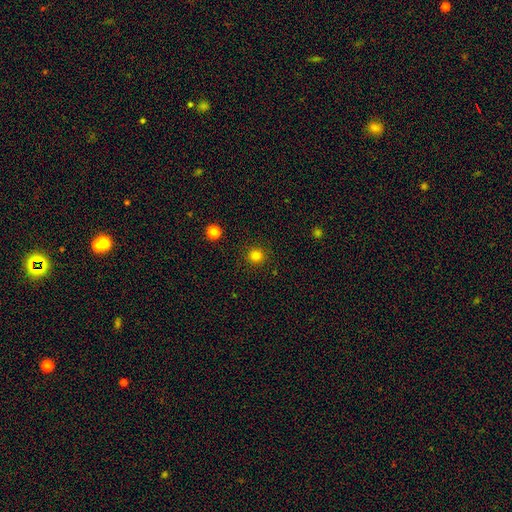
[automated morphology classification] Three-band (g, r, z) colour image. It shows a smooth galaxy with no disk features (82%) that is round (94%). Merging: none (91%).